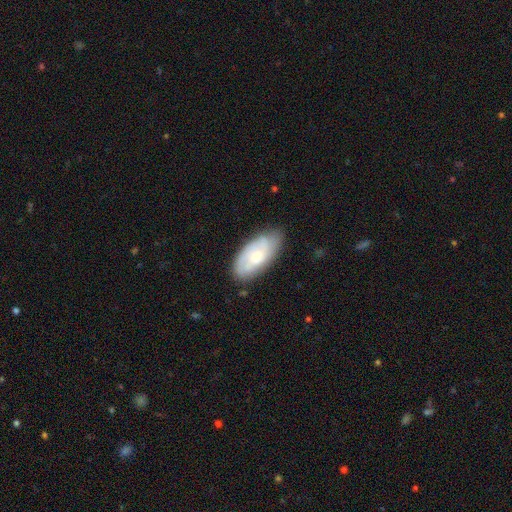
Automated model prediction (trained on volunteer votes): Smooth or featured: featured or disk — 49% (smooth — 45%)
Merging: none — 72% (minor disturbance — 22%)